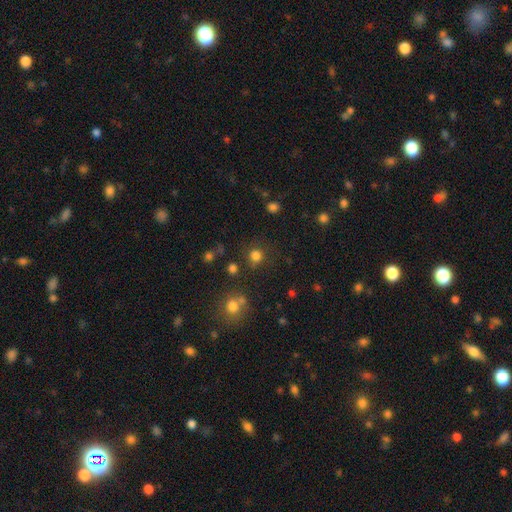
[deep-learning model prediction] Smooth or featured? smooth (78%)
How rounded? round (89%)
Merging? none (77%)